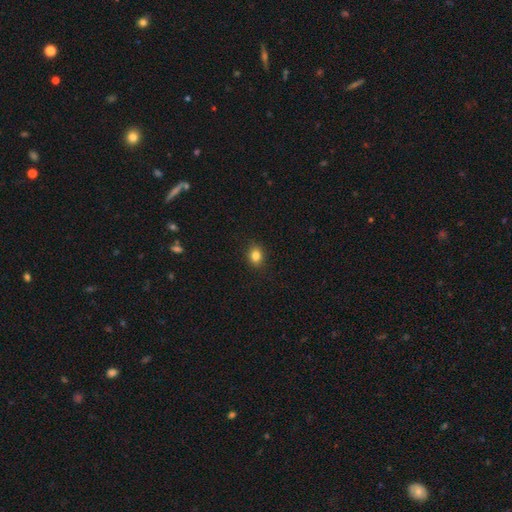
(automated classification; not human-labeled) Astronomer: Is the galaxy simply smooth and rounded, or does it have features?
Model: smooth — 84%.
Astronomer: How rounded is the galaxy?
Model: round — 53% (runner-up: in between, 46%).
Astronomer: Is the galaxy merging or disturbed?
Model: none — 88%.